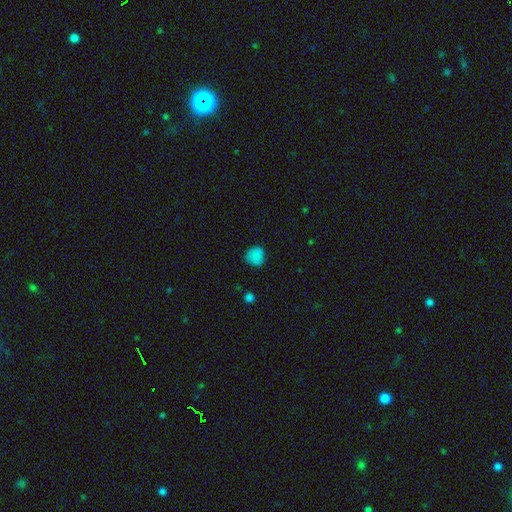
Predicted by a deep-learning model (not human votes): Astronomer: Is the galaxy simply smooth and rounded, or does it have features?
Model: smooth — 82%.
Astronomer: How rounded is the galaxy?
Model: round — 87%.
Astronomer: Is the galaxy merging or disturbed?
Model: none — 80%.